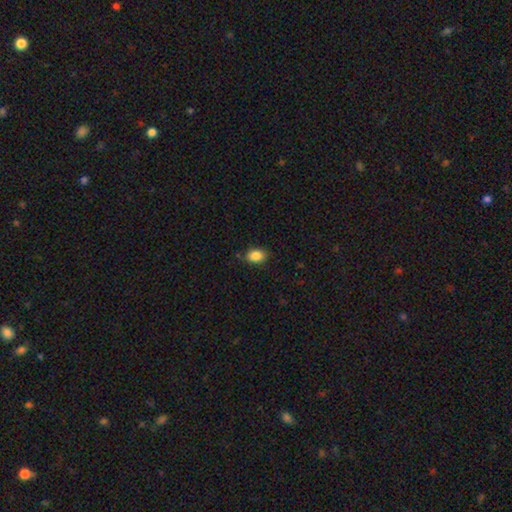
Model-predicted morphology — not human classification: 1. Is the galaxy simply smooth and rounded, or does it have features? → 87% smooth, 9% star or artifact, 5% featured or disk.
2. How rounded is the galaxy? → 79% in between, 20% round, 1% cigar-shaped.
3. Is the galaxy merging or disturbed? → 83% none, 13% minor disturbance, 2% major disturbance, 2% merger.